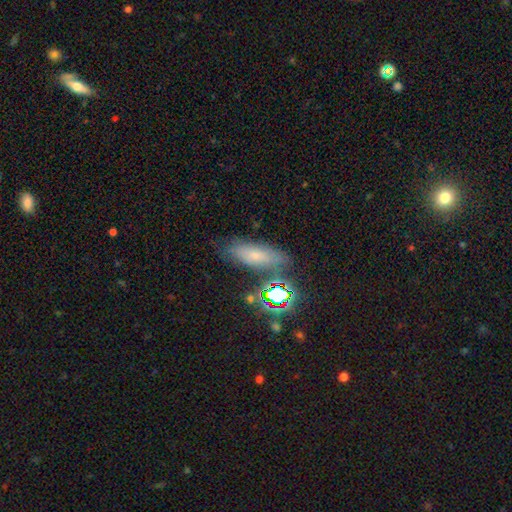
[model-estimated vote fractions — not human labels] Smooth or featured? Predicted: smooth (p=0.56). How rounded? Predicted: in between (p=0.61). Merging? Predicted: none (p=0.73).